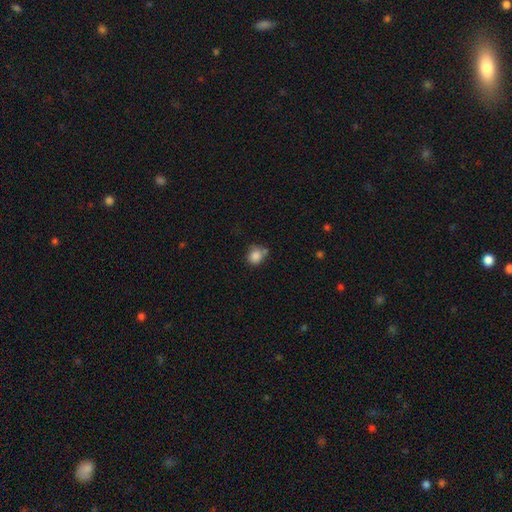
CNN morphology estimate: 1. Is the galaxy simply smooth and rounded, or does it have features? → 84% smooth, 10% star or artifact, 6% featured or disk.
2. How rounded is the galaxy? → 78% round, 21% in between, 1% cigar-shaped.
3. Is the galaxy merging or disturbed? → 56% none, 24% minor disturbance, 14% merger, 7% major disturbance.